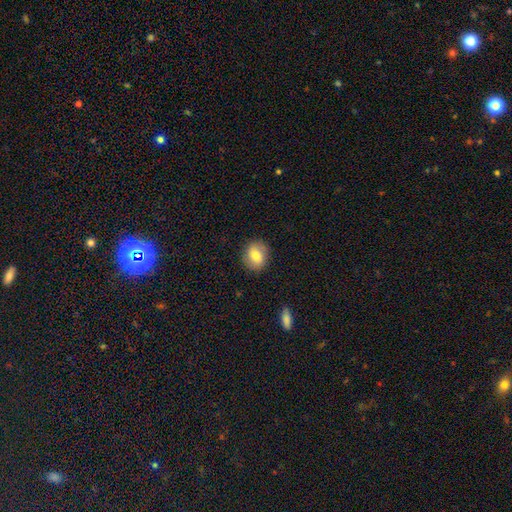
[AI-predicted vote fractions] Smooth or featured? Predicted: smooth (p=0.75). How rounded? Predicted: round (p=0.66). Merging? Predicted: none (p=0.87).